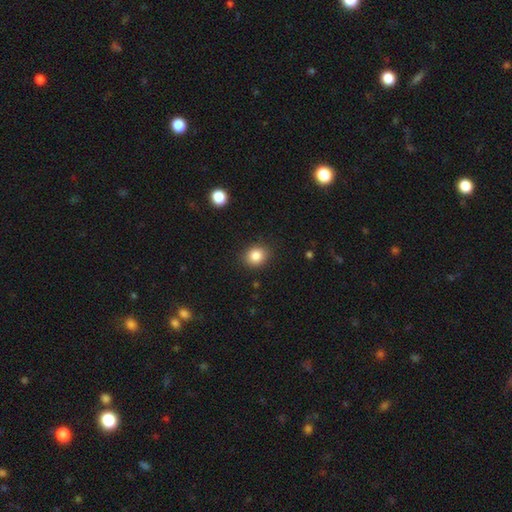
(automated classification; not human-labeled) A smooth galaxy with no disk features (85%) that is round (63%). Merging: none (88%).